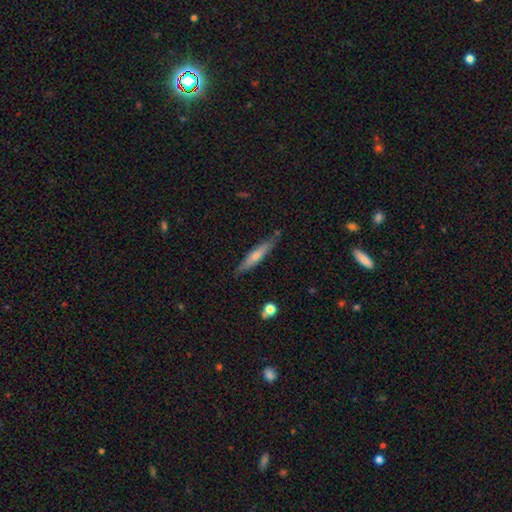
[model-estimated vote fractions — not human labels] Smooth or featured? Predicted: smooth (p=0.49). Merging? Predicted: none (p=0.84).